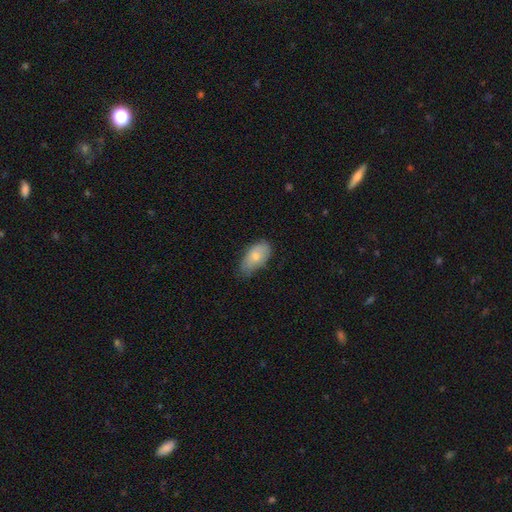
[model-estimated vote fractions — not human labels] Smooth or featured? Predicted: smooth (p=0.73). How rounded? Predicted: in between (p=0.93). Merging? Predicted: none (p=0.52).